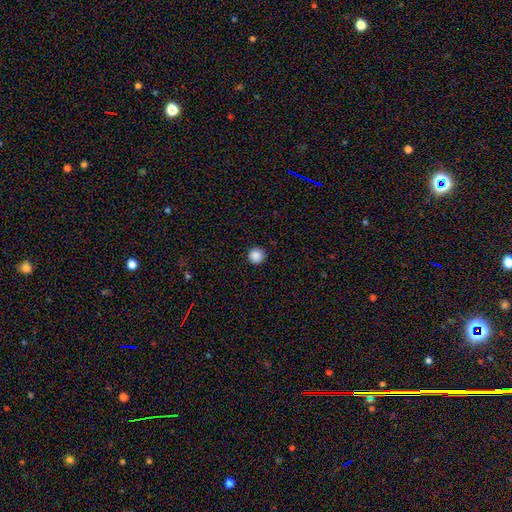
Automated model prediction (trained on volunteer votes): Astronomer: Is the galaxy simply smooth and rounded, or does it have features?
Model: smooth — 88%.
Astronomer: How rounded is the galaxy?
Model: round — 96%.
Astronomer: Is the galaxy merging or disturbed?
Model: none — 93%.